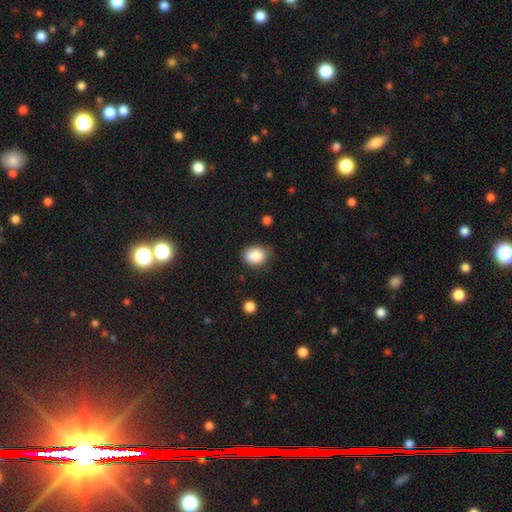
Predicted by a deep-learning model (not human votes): Smooth or featured? smooth (85%)
How rounded? in between (65%)
Merging? none (67%)